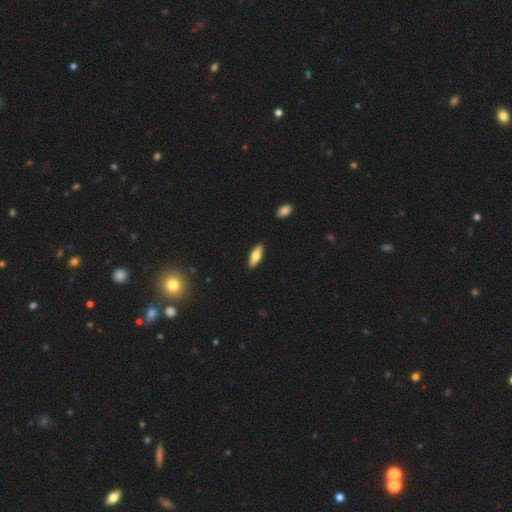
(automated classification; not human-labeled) smooth-or-featured: smooth: 73% | featured or disk: 20% | star or artifact: 6%
  how-rounded: in between: 66% | cigar-shaped: 32% | round: 2%
  merging: none: 89% | minor disturbance: 8% | major disturbance: 2% | merger: 1%